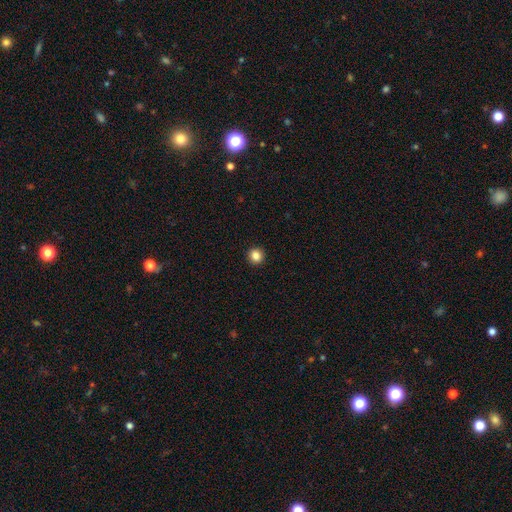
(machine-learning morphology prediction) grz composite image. It shows a smooth galaxy with no disk features (85%) that is round (95%). Merging: none (94%).